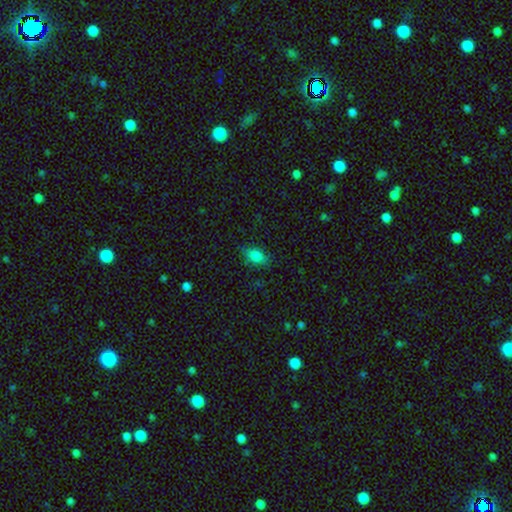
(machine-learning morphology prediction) This is likely a smooth galaxy (78%). How rounded: clearly in between (82%). Merging: likely none (77%).